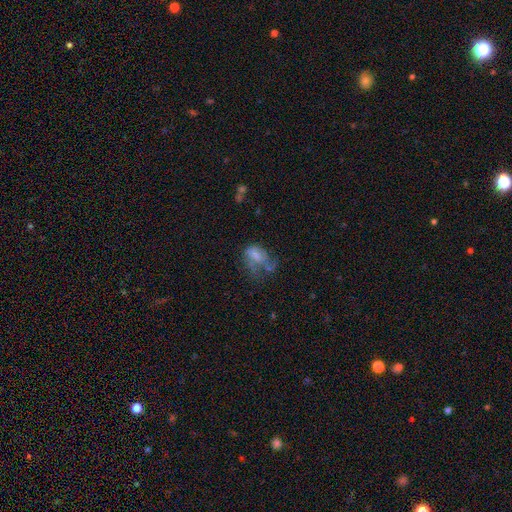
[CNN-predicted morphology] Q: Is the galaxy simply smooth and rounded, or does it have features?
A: smooth — 52%.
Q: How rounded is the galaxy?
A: in between — 83%.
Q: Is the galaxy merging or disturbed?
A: major disturbance — 46%.